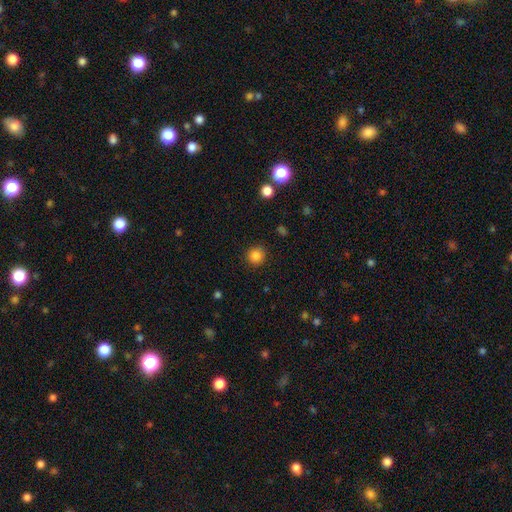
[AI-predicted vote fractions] This appears to be a smooth galaxy with no disk features (85%) that is round (92%). Merging: none (90%).